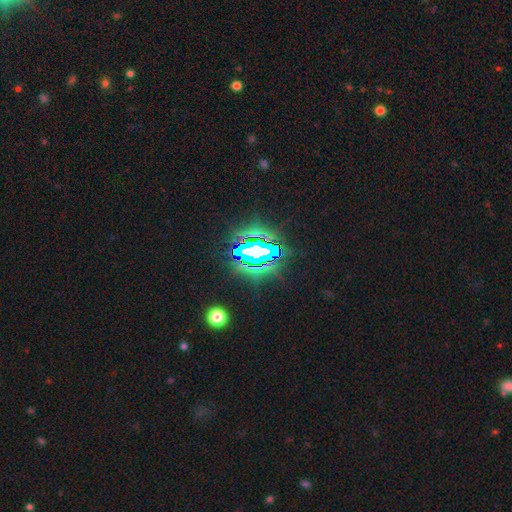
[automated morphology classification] The model was most divided on "smooth or featured": star or artifact: 77%, featured or disk: 12%, smooth: 11%.